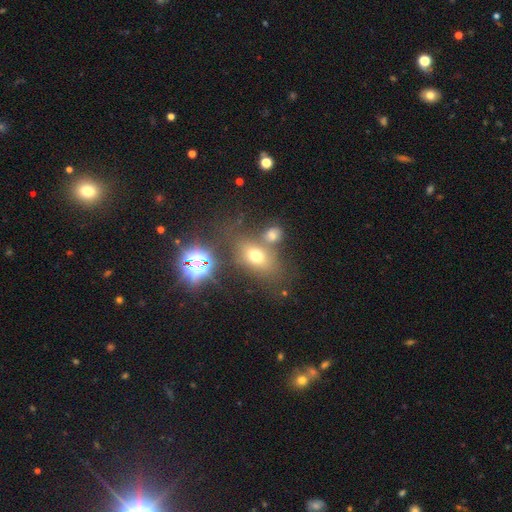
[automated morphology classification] The model was most divided on "merging": none: 56%, merger: 23%, minor disturbance: 13%, major disturbance: 8%. More confident: how rounded — in between (72%); smooth or featured — smooth (61%).